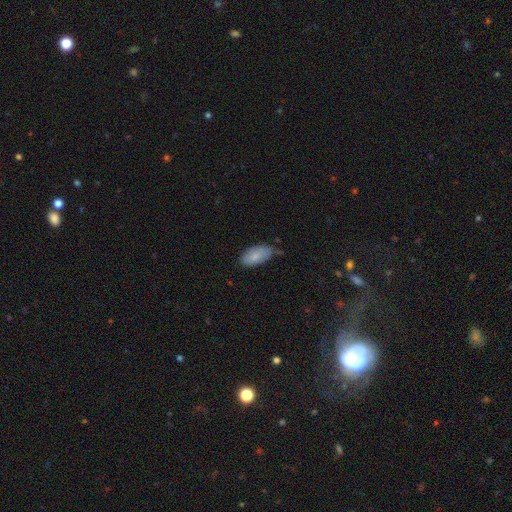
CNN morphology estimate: This appears to be a smooth galaxy with no disk features (82%) that is in between round and cigar-shaped (93%). Merging: none (61%).